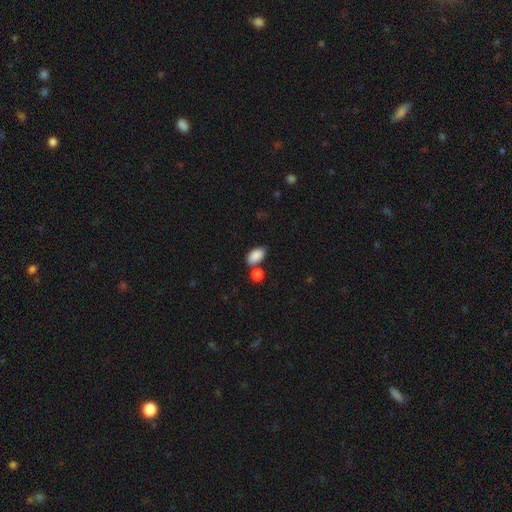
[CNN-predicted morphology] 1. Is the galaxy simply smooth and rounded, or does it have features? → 88% smooth, 8% star or artifact, 4% featured or disk.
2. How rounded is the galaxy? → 92% in between, 6% round, 2% cigar-shaped.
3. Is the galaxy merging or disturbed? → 65% none, 18% merger, 13% minor disturbance, 4% major disturbance.